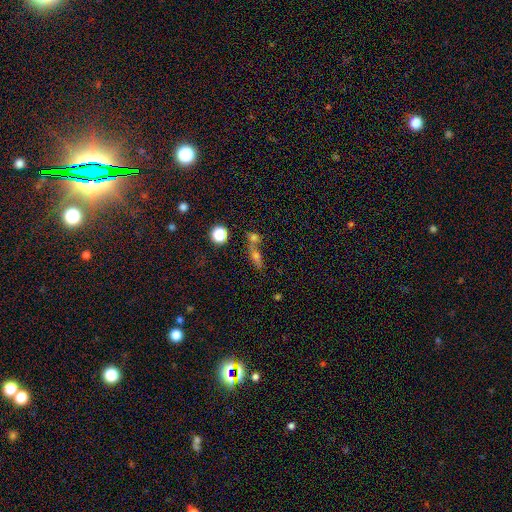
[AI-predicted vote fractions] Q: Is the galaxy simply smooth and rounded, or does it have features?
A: smooth — 60%.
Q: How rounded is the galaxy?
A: in between — 48%.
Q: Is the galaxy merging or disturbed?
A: merger — 46%.